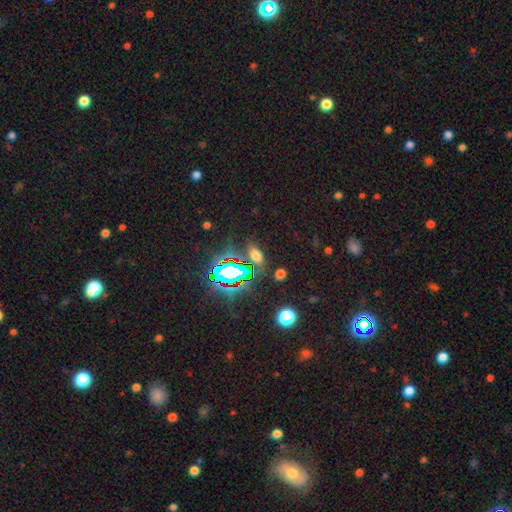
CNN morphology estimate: Smooth or featured?
  - smooth: 55% *
  - star or artifact: 36%
  - featured or disk: 9%
How rounded?
  - in between: 81% *
  - round: 11%
  - cigar-shaped: 8%
Merging?
  - none: 80% *
  - minor disturbance: 11%
  - major disturbance: 5%
  - merger: 4%